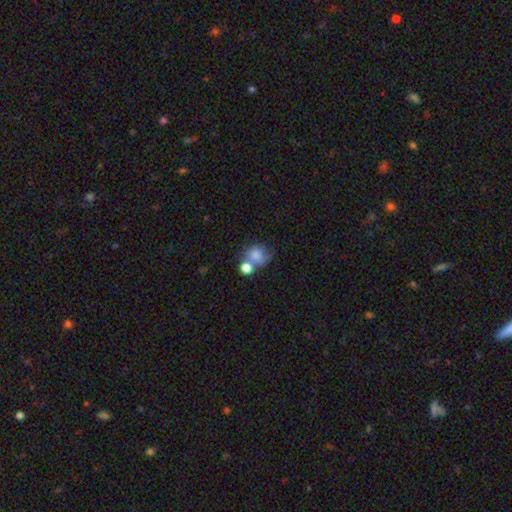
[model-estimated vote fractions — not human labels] Smooth or featured? smooth (70%)
How rounded? round (67%)
Merging? merger (42%)